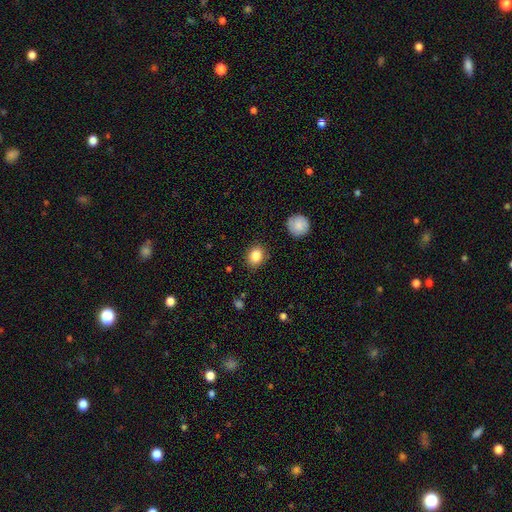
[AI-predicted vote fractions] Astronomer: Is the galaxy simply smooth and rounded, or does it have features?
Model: smooth — 84%.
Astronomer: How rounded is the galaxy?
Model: round — 61% (runner-up: in between, 38%).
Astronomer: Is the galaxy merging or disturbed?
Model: none — 87%.